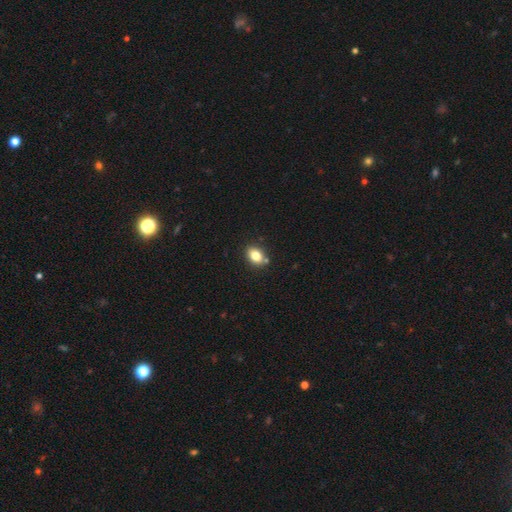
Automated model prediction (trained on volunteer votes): A smooth galaxy with no disk features (82%) that is in between round and cigar-shaped (74%).

Vote fractions:
- Smooth or featured? smooth: 82% / star or artifact: 10% / featured or disk: 8%
- How rounded? in between: 74% / round: 25% / cigar-shaped: 1%
- Merging? none: 81% / minor disturbance: 11% / merger: 6% / major disturbance: 2%